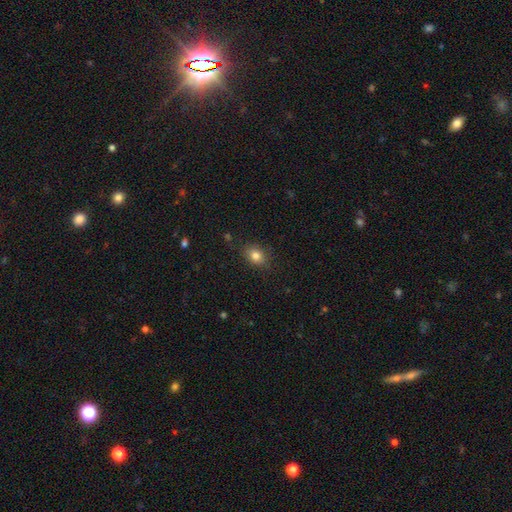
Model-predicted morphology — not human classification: Q: Smooth or featured?
A: smooth (82%); runner-up: star or artifact (11%)
Q: How rounded?
A: in between (57%); runner-up: round (42%)
Q: Merging?
A: none (83%); runner-up: minor disturbance (12%)